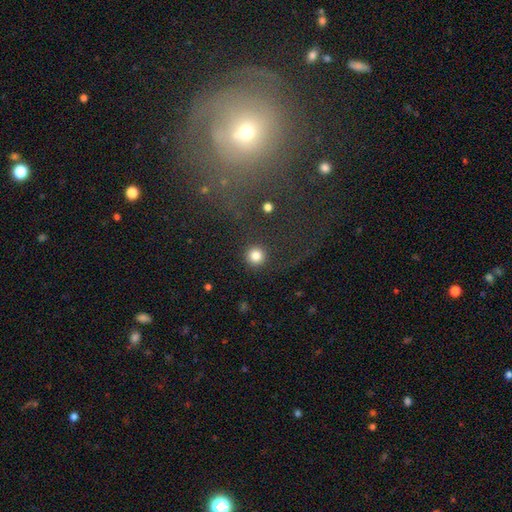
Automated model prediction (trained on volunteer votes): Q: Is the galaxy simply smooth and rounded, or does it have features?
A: smooth — 83%.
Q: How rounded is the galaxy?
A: round — 96%.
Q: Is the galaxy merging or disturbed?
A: none — 89%.